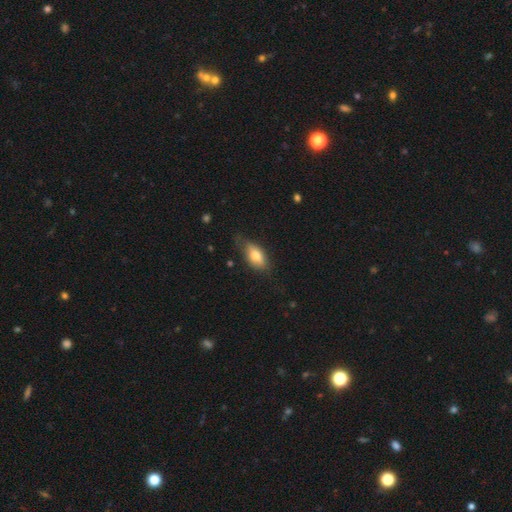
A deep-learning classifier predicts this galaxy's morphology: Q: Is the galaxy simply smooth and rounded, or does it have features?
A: smooth — 70%.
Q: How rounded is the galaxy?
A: in between — 85%.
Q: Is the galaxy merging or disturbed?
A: none — 59%.